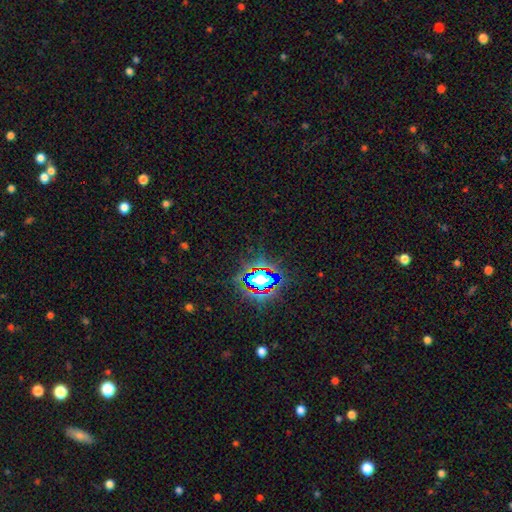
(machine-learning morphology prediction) Overall: star or artifact (82%).